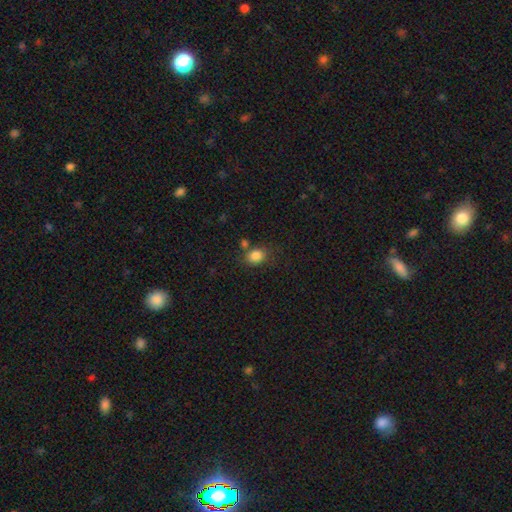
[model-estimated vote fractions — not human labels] A smooth galaxy with no disk features (84%) that is in between round and cigar-shaped (52%).

Vote fractions:
- Smooth or featured? smooth: 84% / star or artifact: 10% / featured or disk: 6%
- How rounded? in between: 52% / round: 47% / cigar-shaped: 1%
- Merging? none: 67% / minor disturbance: 15% / merger: 13% / major disturbance: 5%